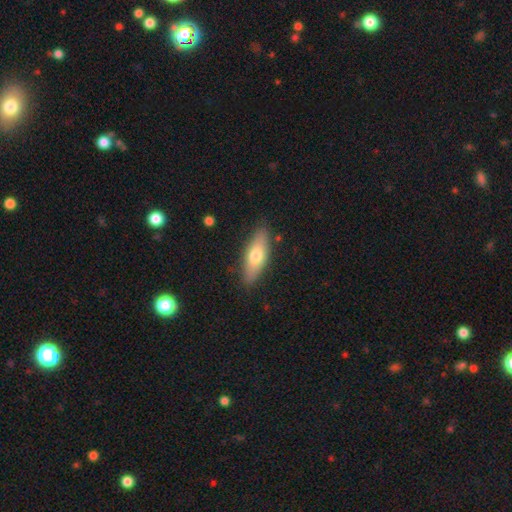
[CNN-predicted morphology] Smooth or featured? smooth (67%)
How rounded? in between (62%)
Merging? none (84%)